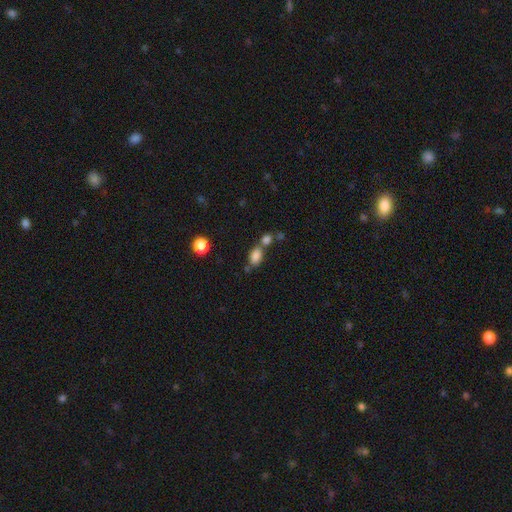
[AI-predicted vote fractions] smooth_or_featured: smooth (p=0.83) [alt: star or artifact p=0.10]
how_rounded: in between (p=0.85) [alt: round p=0.12]
merging: none (p=0.45) [alt: merger p=0.37]